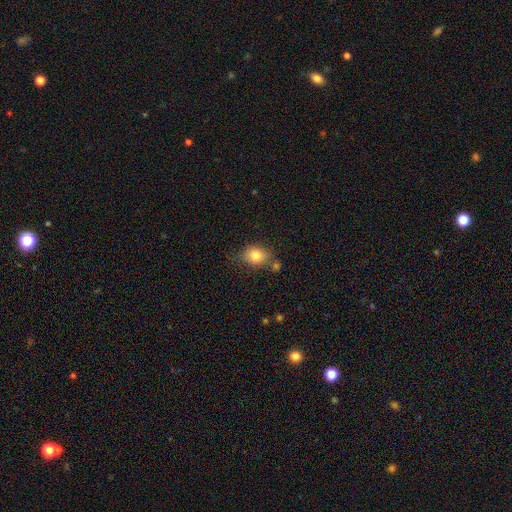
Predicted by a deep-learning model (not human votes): smooth_or_featured: smooth (p=0.81) [alt: featured or disk p=0.10]
how_rounded: in between (p=0.59) [alt: round p=0.39]
merging: none (p=0.64) [alt: minor disturbance p=0.21]